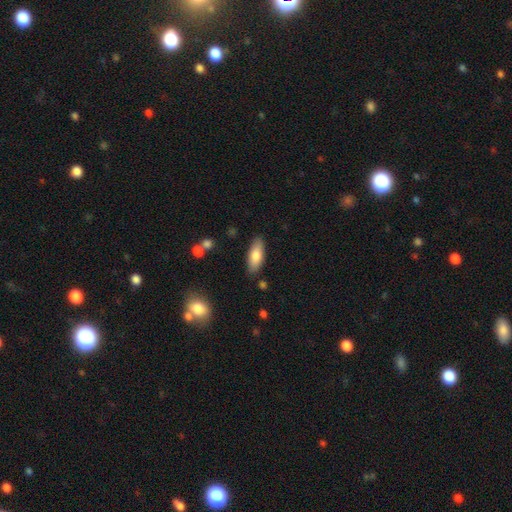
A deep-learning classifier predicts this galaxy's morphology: A smooth galaxy with no disk features (78%) that is in between round and cigar-shaped (73%).

Vote fractions:
- Smooth or featured? smooth: 78% / featured or disk: 16% / star or artifact: 6%
- How rounded? in between: 73% / cigar-shaped: 25% / round: 2%
- Merging? none: 85% / minor disturbance: 10% / major disturbance: 2% / merger: 2%